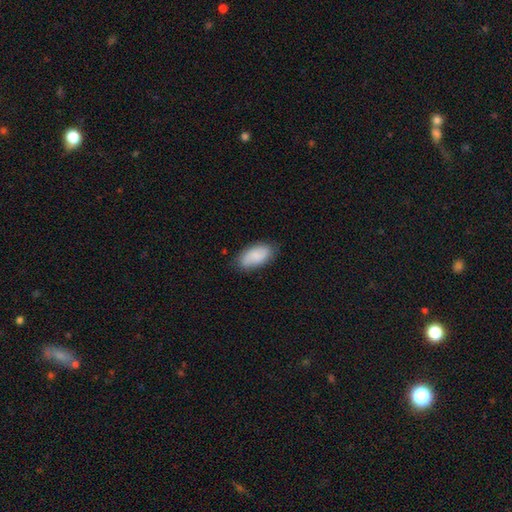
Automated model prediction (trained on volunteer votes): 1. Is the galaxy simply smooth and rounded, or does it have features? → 82% smooth, 11% featured or disk, 6% star or artifact.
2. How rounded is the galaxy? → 93% in between, 4% cigar-shaped, 3% round.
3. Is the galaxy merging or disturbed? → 77% none, 18% minor disturbance, 3% major disturbance, 1% merger.